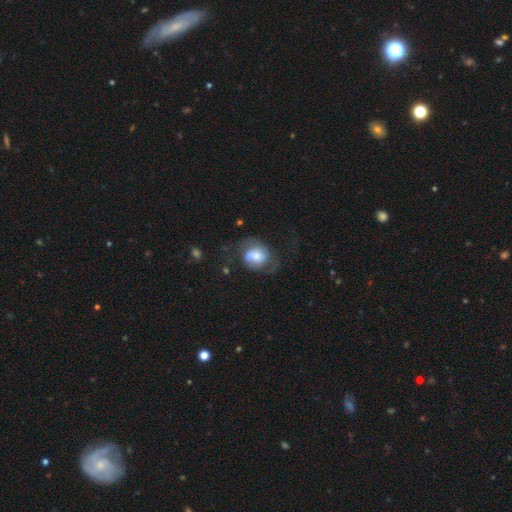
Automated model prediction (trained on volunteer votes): This is possibly a featured or disk galaxy (52%). It is clearly not viewed edge-on (97%). Bar: likely no (65%). Spiral arm pattern: clearly yes (82%). Central bulge: marginally moderate (37%). Merging: possibly none (49%).